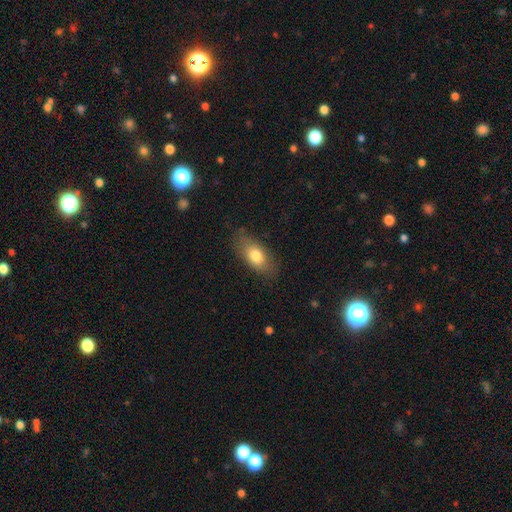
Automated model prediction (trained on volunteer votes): Morphology: type=smooth (76%); roundness=in between (85%); merging=none (78%).